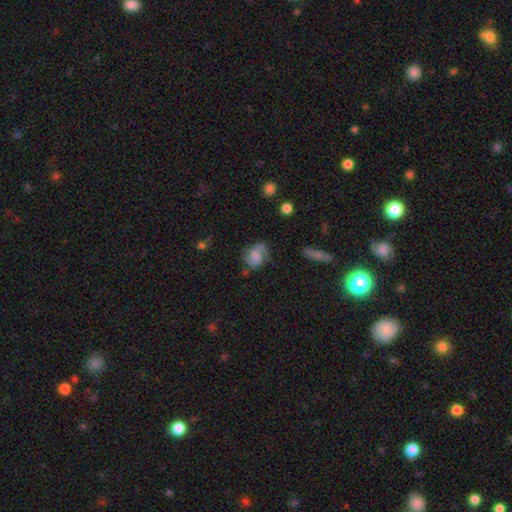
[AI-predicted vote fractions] Overall: featured or disk (60%; smooth 31%). Edge-on disk: no (97%). Bar: no (58%; weak 35%). Spiral arms: yes (92%). Spiral arm count: 2 (81%). Spiral winding: medium (48%; loose 30%). Bulge size: none (37%; moderate 24%). Merging: none (63%).